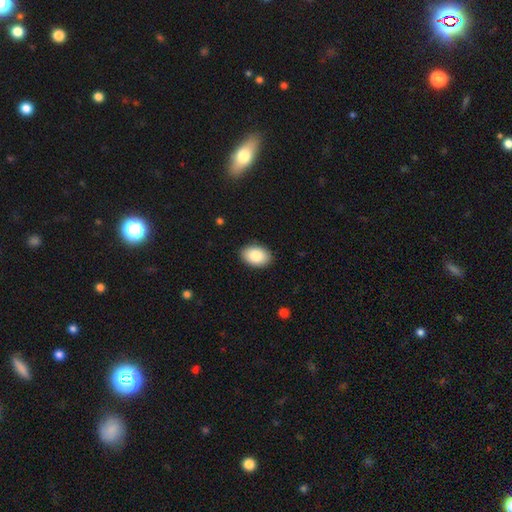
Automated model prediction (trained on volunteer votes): smooth_or_featured: smooth (p=0.88) [alt: star or artifact p=0.06]
how_rounded: in between (p=0.88) [alt: round p=0.11]
merging: none (p=0.89) [alt: minor disturbance p=0.08]